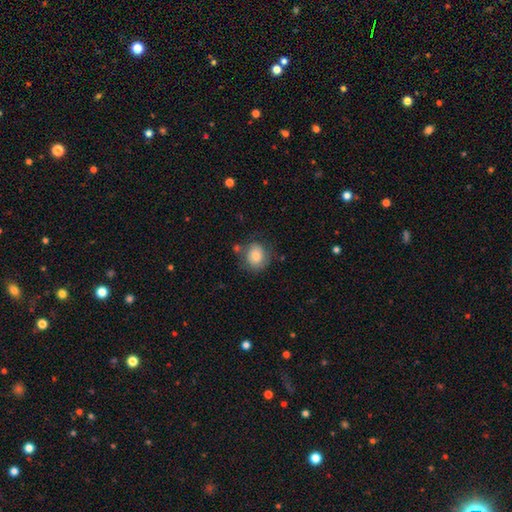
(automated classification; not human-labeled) This appears to be a smooth galaxy with no disk features (79%) that is round (73%). Merging: none (69%).